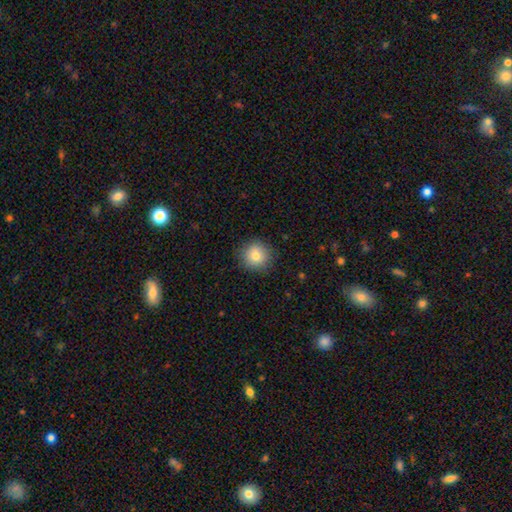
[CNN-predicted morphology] type=smooth (80%); roundness=round (91%); merging=none (88%).